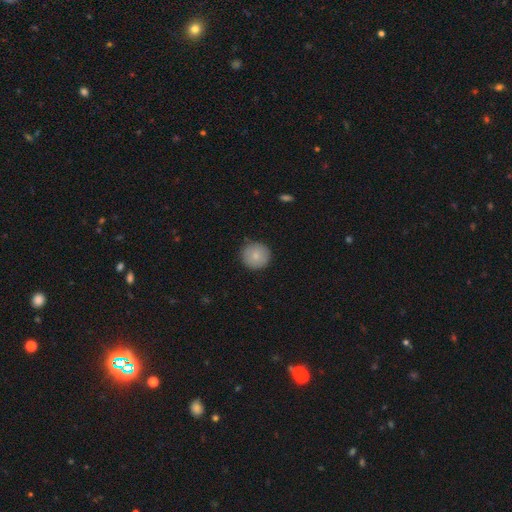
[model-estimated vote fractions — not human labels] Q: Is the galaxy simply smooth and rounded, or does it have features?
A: smooth — 83%.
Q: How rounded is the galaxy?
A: round — 95%.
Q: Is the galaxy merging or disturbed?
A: none — 89%.